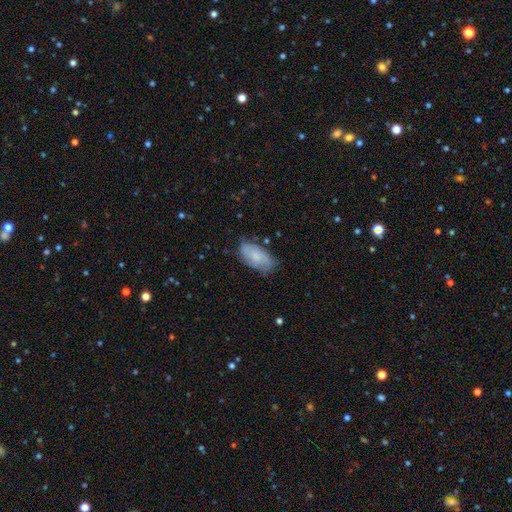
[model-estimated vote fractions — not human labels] The model was most divided on "smooth or featured": smooth: 62%, featured or disk: 31%, star or artifact: 7%. More confident: how rounded — in between (91%); merging — none (68%).